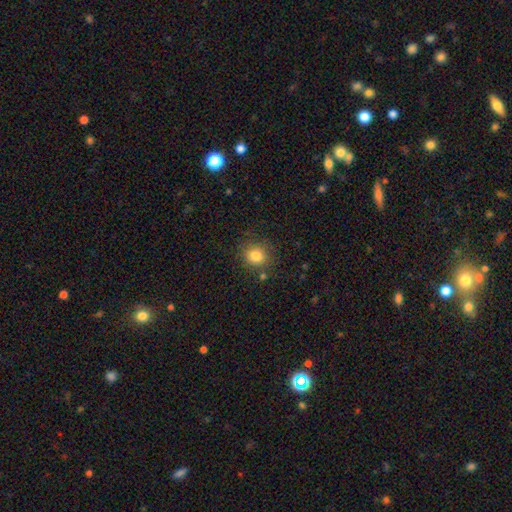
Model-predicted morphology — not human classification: This is clearly a smooth galaxy (82%). How rounded: likely round (76%). Merging: clearly none (81%).